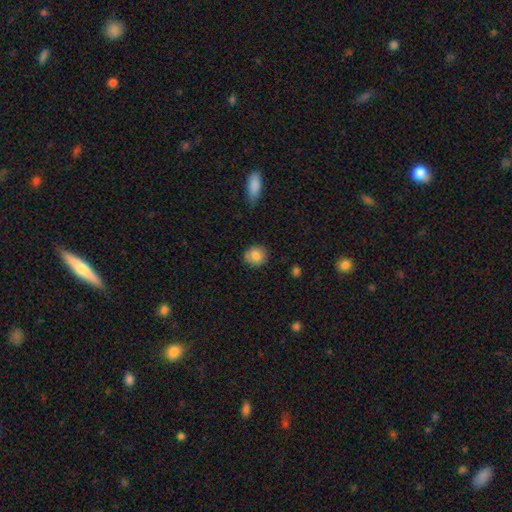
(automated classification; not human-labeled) smooth_or_featured: smooth (p=0.82) [alt: featured or disk p=0.09]
how_rounded: round (p=0.82) [alt: in between p=0.17]
merging: none (p=0.80) [alt: minor disturbance p=0.15]